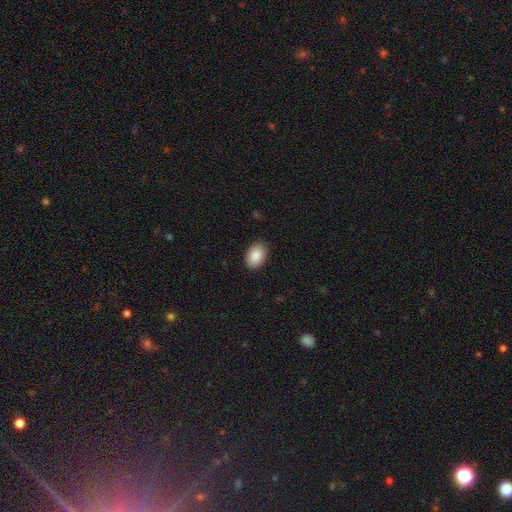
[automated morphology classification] smooth_or_featured: smooth (p=0.90) [alt: star or artifact p=0.06]
how_rounded: in between (p=0.86) [alt: round p=0.13]
merging: none (p=0.88) [alt: minor disturbance p=0.09]